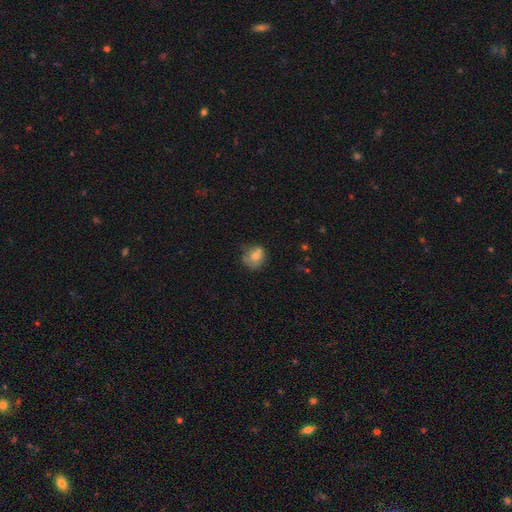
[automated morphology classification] Q: Smooth or featured?
A: smooth (67%); runner-up: featured or disk (22%)
Q: How rounded?
A: round (73%); runner-up: in between (27%)
Q: Merging?
A: none (51%); runner-up: minor disturbance (28%)